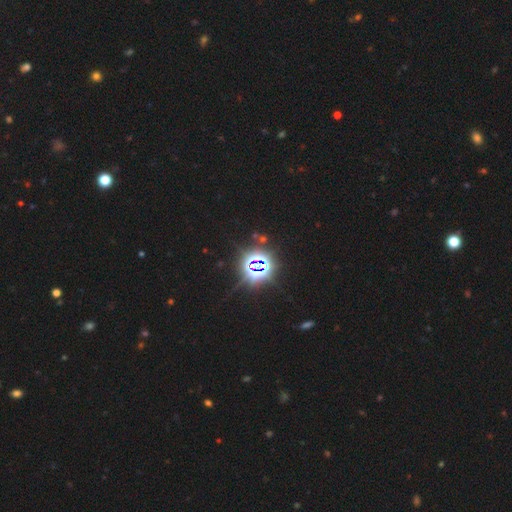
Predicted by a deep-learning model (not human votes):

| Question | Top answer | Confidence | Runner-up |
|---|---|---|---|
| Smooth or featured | star or artifact | 85% | smooth (10%) |